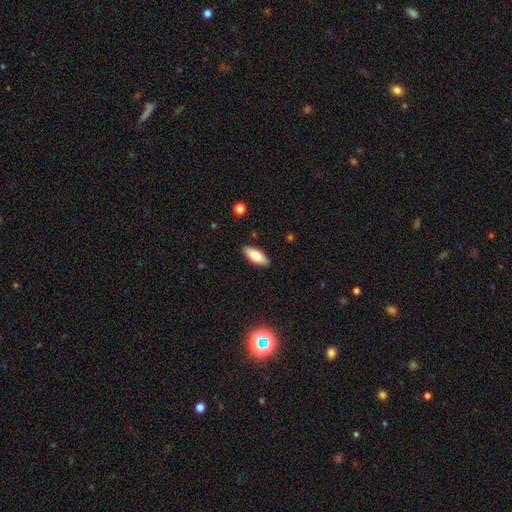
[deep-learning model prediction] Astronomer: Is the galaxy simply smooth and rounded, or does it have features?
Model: smooth — 82%.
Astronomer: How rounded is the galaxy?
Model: in between — 81%.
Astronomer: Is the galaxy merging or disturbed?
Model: none — 88%.